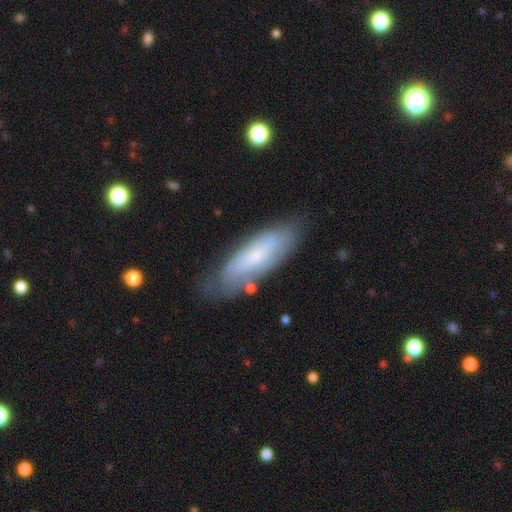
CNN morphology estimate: This is possibly a smooth galaxy (47%). Merging: likely none (72%).